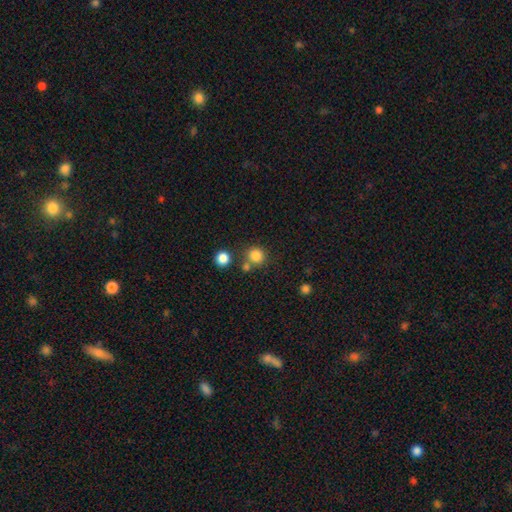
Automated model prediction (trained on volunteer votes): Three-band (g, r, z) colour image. It shows a smooth galaxy with no disk features (83%) that is round (90%). Merging: none (71%).